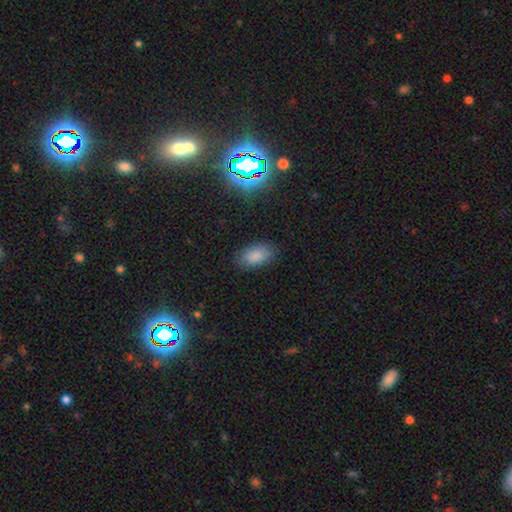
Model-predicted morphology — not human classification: This appears to be a smooth galaxy with no disk features (84%) that is in between round and cigar-shaped (93%). Merging: none (83%).